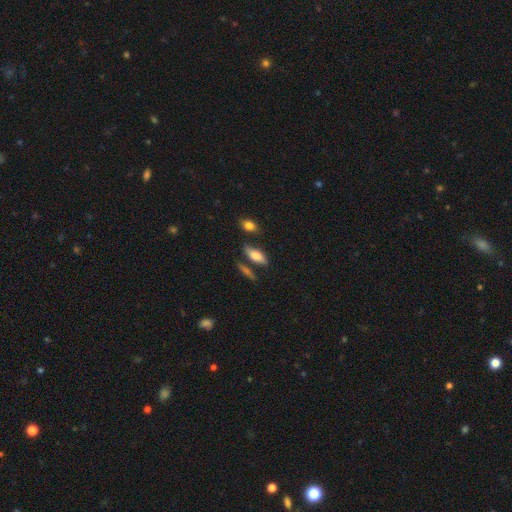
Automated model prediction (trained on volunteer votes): Smooth or featured?
  - smooth: 74% *
  - featured or disk: 18%
  - star or artifact: 7%
How rounded?
  - in between: 71% *
  - cigar-shaped: 26%
  - round: 3%
Merging?
  - none: 71% *
  - minor disturbance: 15%
  - merger: 10%
  - major disturbance: 4%